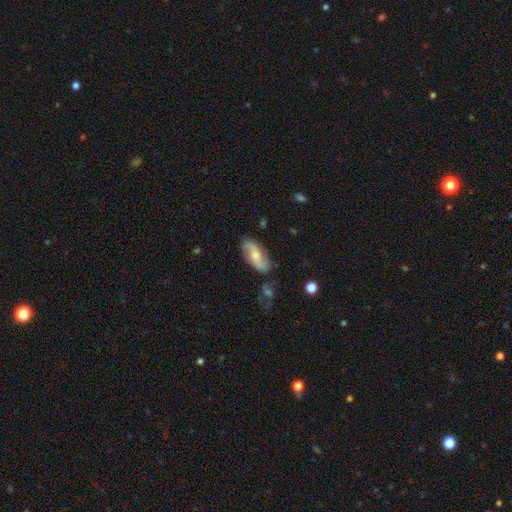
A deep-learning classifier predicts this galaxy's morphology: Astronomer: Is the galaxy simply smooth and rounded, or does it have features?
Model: featured or disk — 50% (runner-up: smooth, 43%).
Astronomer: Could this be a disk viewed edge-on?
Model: no — 89%.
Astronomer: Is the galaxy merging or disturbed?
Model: none — 75%.